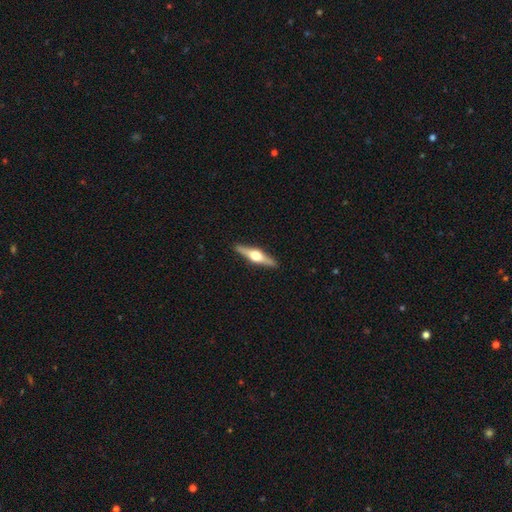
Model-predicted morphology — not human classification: featured or disk 72%, smooth 23%, star or artifact 5%. Down the decision tree: edge-on disk — yes (98%); edge-on bulge — rounded (96%); merging — none (91%).